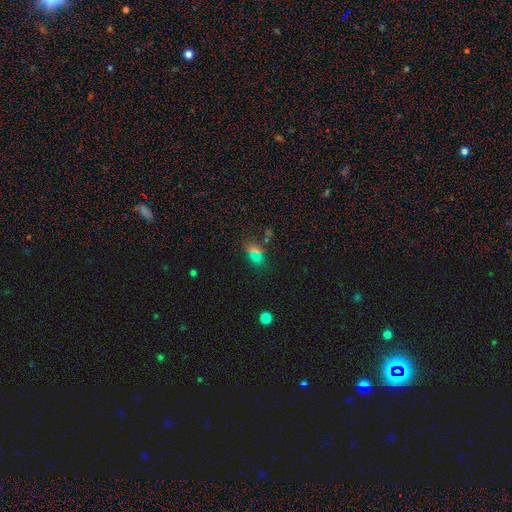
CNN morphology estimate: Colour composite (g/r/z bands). It shows a smooth galaxy with no disk features (56%) that is in between round and cigar-shaped (66%). Merging: none (76%).